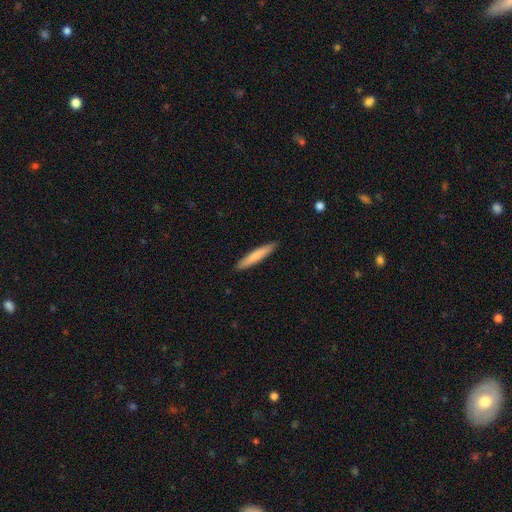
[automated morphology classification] Q: Smooth or featured?
A: smooth (77%); runner-up: featured or disk (18%)
Q: How rounded?
A: cigar-shaped (93%); runner-up: in between (6%)
Q: Merging?
A: none (91%); runner-up: minor disturbance (7%)